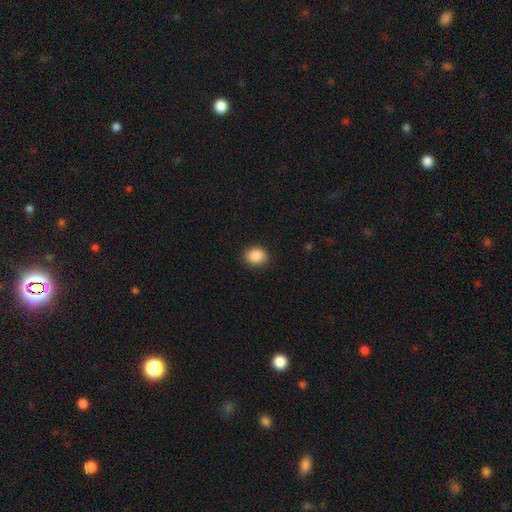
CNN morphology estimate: smooth_or_featured: smooth (p=0.89) [alt: star or artifact p=0.08]
how_rounded: round (p=0.61) [alt: in between p=0.38]
merging: none (p=0.88) [alt: minor disturbance p=0.09]